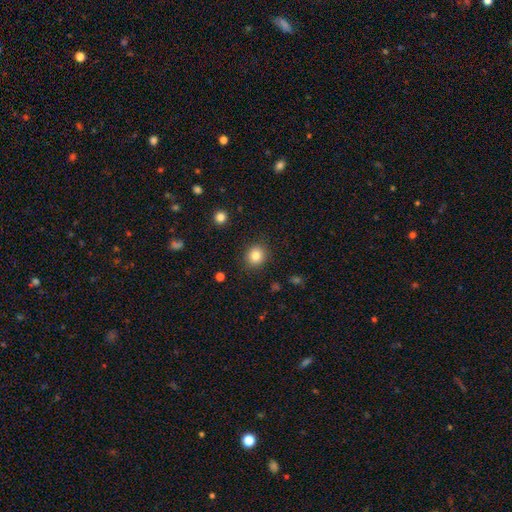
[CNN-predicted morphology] Smooth or featured? Predicted: smooth (p=0.83). How rounded? Predicted: round (p=0.82). Merging? Predicted: none (p=0.90).